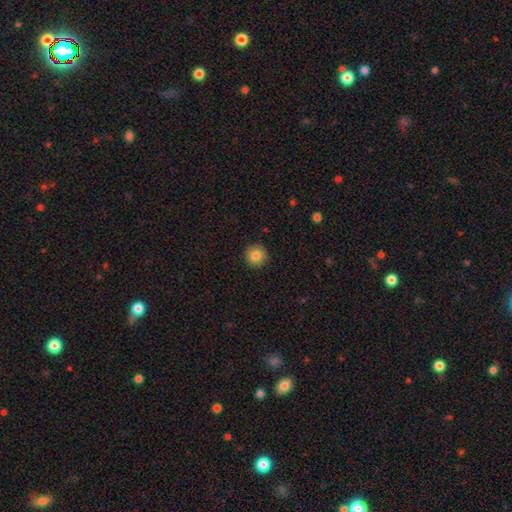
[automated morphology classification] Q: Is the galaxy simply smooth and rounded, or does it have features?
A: smooth — 84%.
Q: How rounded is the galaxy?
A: round — 95%.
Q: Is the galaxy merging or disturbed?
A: none — 91%.